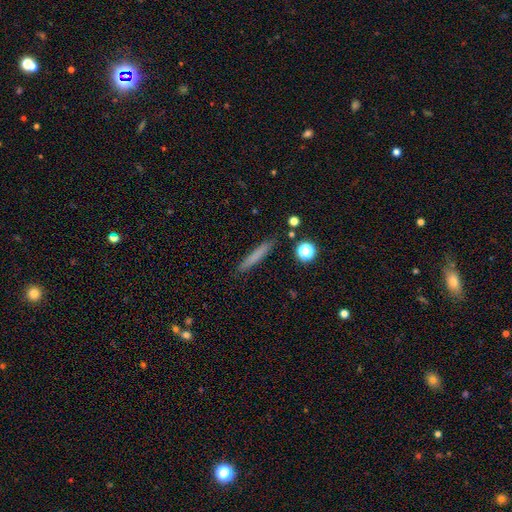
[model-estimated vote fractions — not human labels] smooth-or-featured: smooth: 72% | featured or disk: 20% | star or artifact: 8%
  how-rounded: cigar-shaped: 94% | in between: 4% | round: 2%
  merging: none: 89% | minor disturbance: 7% | major disturbance: 2% | merger: 2%